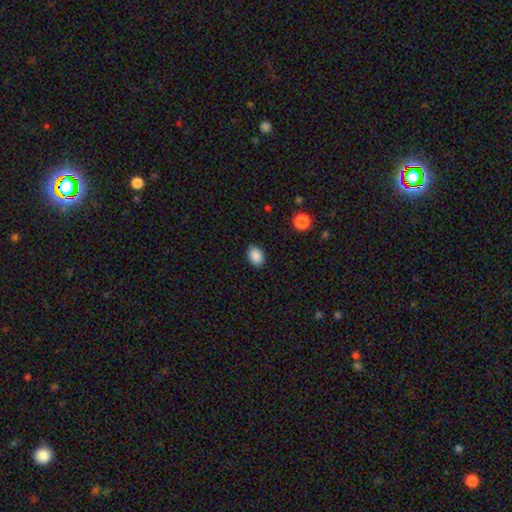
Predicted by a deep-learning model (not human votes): Smooth or featured? smooth (89%)
How rounded? in between (77%)
Merging? none (88%)